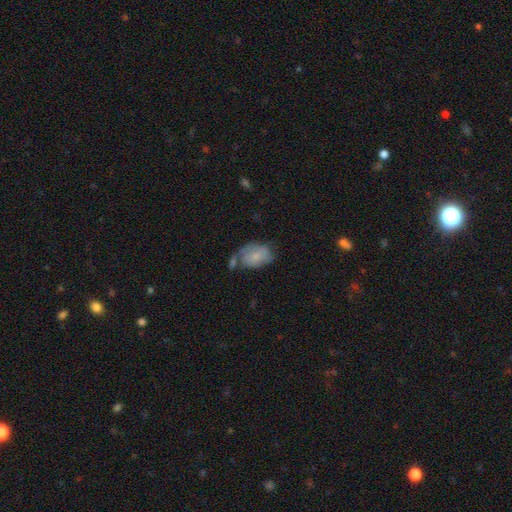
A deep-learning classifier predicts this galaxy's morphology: This is likely a smooth galaxy (64%). How rounded: clearly in between (83%). Merging: marginally none (36%).